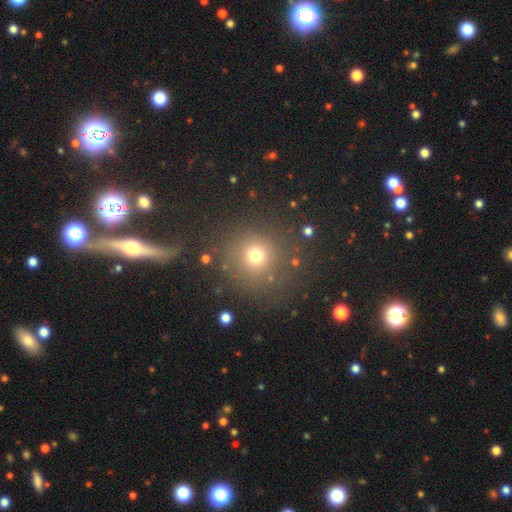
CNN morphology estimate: Smooth or featured?
  - smooth: 72% *
  - star or artifact: 20%
  - featured or disk: 8%
How rounded?
  - round: 92% *
  - in between: 7%
  - cigar-shaped: 1%
Merging?
  - none: 81% *
  - minor disturbance: 10%
  - major disturbance: 6%
  - merger: 4%